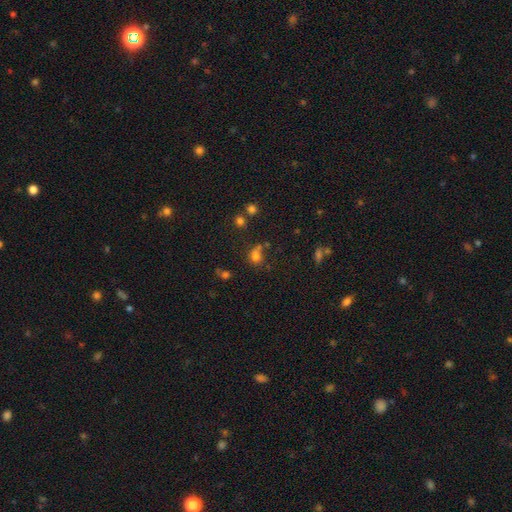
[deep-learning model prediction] Morphology: type=smooth (72%); roundness=round (61%); merging=none (52%).